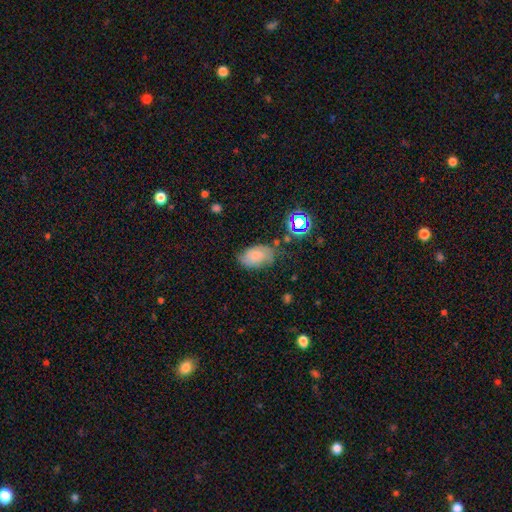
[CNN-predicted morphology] smooth-or-featured: smooth: 61% | featured or disk: 26% | star or artifact: 13%
  how-rounded: in between: 90% | round: 8% | cigar-shaped: 2%
  merging: none: 62% | minor disturbance: 27% | major disturbance: 8% | merger: 4%